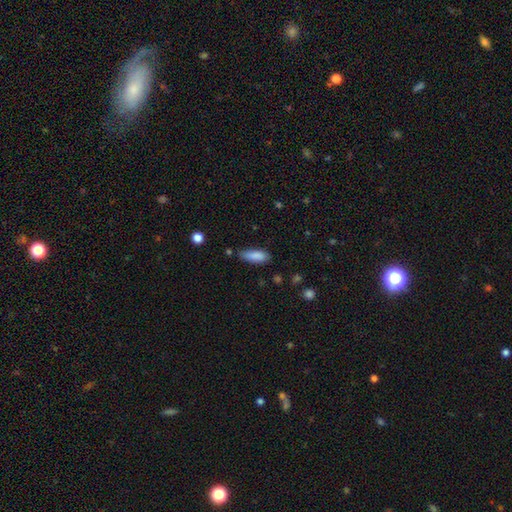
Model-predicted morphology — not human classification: A smooth galaxy with no disk features (86%) that is in between round and cigar-shaped (66%).

Vote fractions:
- Smooth or featured? smooth: 86% / star or artifact: 7% / featured or disk: 7%
- How rounded? in between: 66% / cigar-shaped: 33% / round: 2%
- Merging? none: 69% / minor disturbance: 23% / major disturbance: 4% / merger: 3%